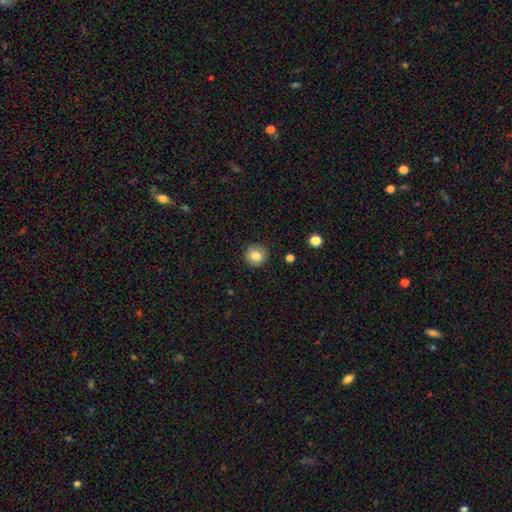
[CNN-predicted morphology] A smooth galaxy with no disk features (81%) that is round (91%). Merging: none (89%).